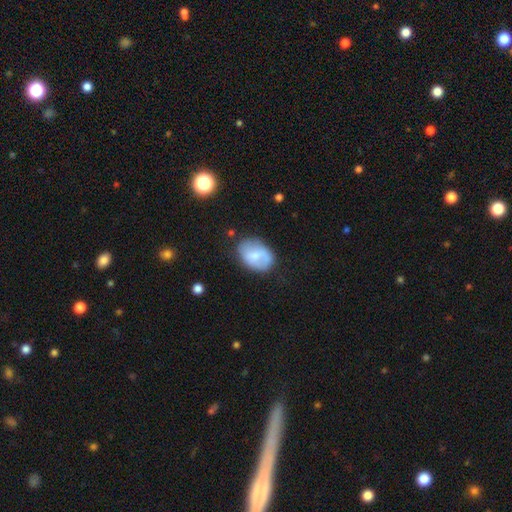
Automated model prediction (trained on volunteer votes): Morphology: type=smooth (59%); roundness=in between (80%); merging=none (69%).